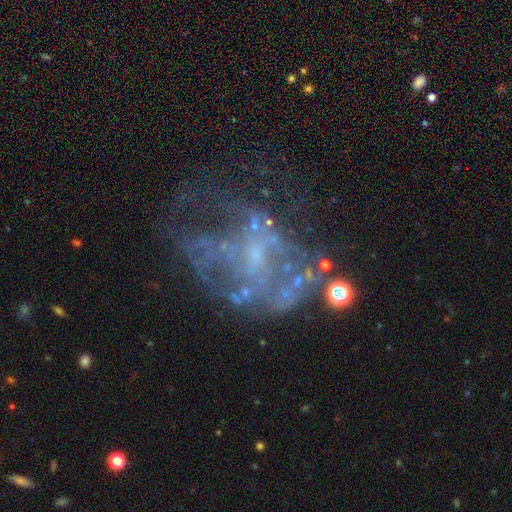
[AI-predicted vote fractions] Smooth or featured? Predicted: featured or disk (p=0.68). Edge-on disk? Predicted: no (p=0.98). Bar? Predicted: no (p=0.80). Spiral arms? Predicted: no (p=0.77). Bulge size? Predicted: none (p=0.47). Merging? Predicted: none (p=0.39).